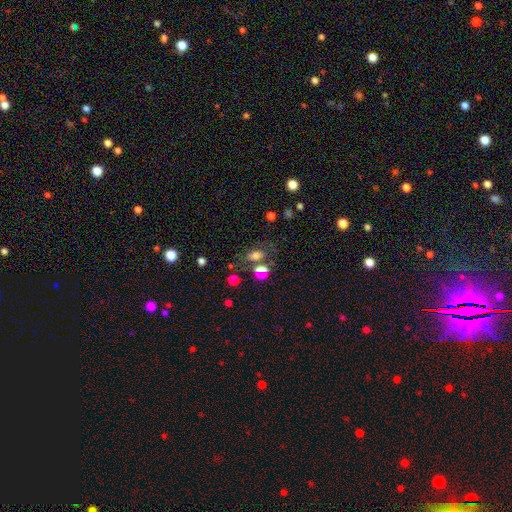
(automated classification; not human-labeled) Smooth or featured?
  - smooth: 66% *
  - star or artifact: 19%
  - featured or disk: 15%
How rounded?
  - in between: 76% *
  - round: 21%
  - cigar-shaped: 3%
Merging?
  - none: 56% *
  - merger: 19%
  - minor disturbance: 16%
  - major disturbance: 9%